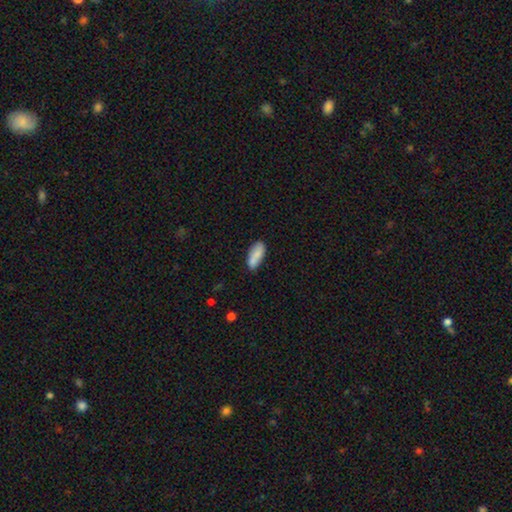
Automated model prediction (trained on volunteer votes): A smooth galaxy with no disk features (79%) that is in between round and cigar-shaped (79%).

Vote fractions:
- Smooth or featured? smooth: 79% / featured or disk: 14% / star or artifact: 7%
- How rounded? in between: 79% / cigar-shaped: 19% / round: 2%
- Merging? none: 68% / minor disturbance: 19% / merger: 9% / major disturbance: 4%